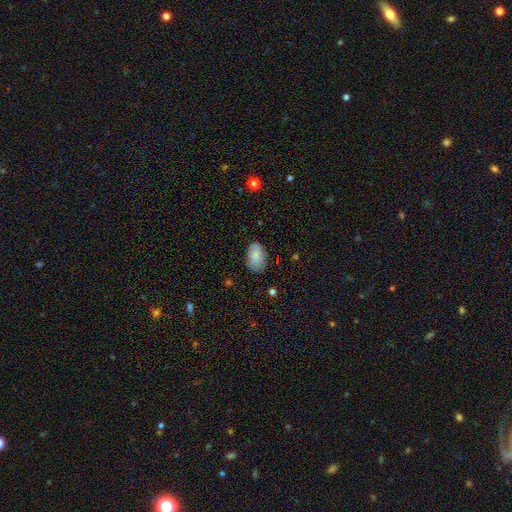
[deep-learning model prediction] Q: Smooth or featured?
A: smooth (82%); runner-up: featured or disk (11%)
Q: How rounded?
A: in between (91%); runner-up: round (8%)
Q: Merging?
A: none (78%); runner-up: minor disturbance (17%)